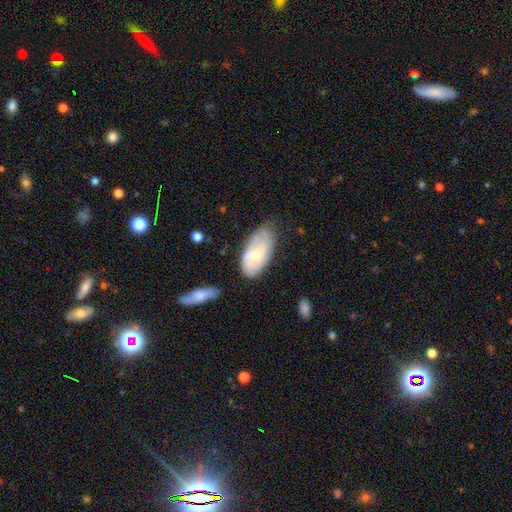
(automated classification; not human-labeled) A smooth galaxy with no disk features (49%). Merging: none (61%).